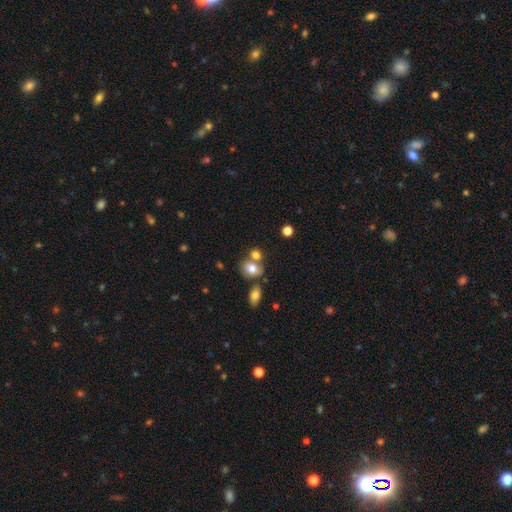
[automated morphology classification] Q: Smooth or featured?
A: smooth (77%); runner-up: featured or disk (12%)
Q: How rounded?
A: in between (51%); runner-up: round (48%)
Q: Merging?
A: none (45%); runner-up: merger (40%)